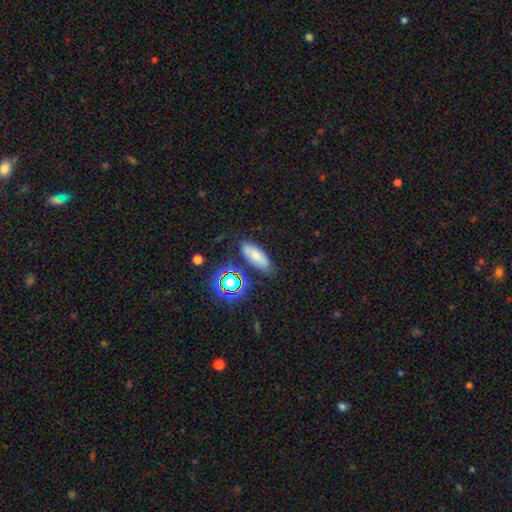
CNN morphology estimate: Smooth or featured?
  - smooth: 66% *
  - featured or disk: 17%
  - star or artifact: 17%
How rounded?
  - in between: 76% *
  - cigar-shaped: 19%
  - round: 5%
Merging?
  - none: 75% *
  - minor disturbance: 16%
  - merger: 5%
  - major disturbance: 5%